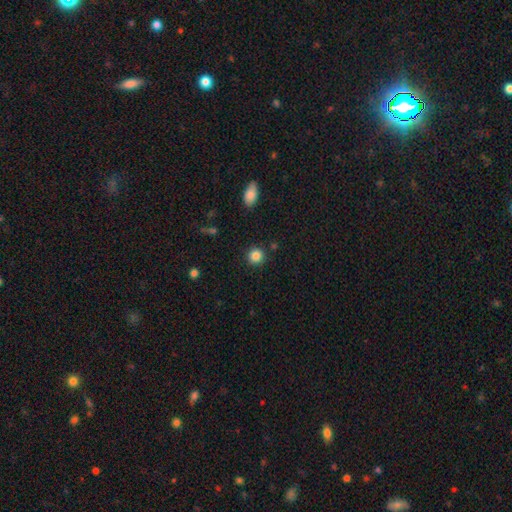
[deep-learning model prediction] This appears to be a smooth galaxy with no disk features (86%) that is round (92%). Merging: none (89%).